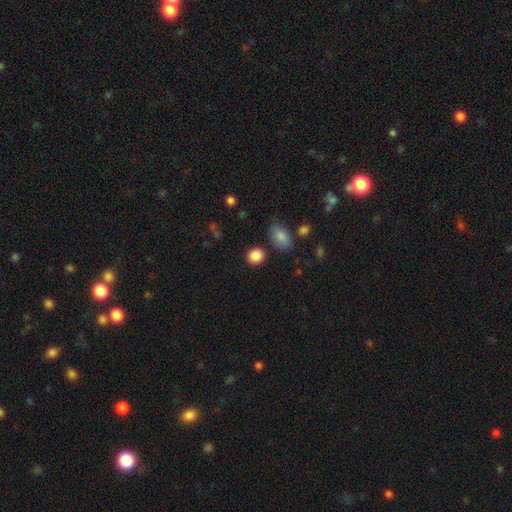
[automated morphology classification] smooth 87%, star or artifact 9%, featured or disk 4%. Down the decision tree: how rounded — round (78%); merging — none (85%).